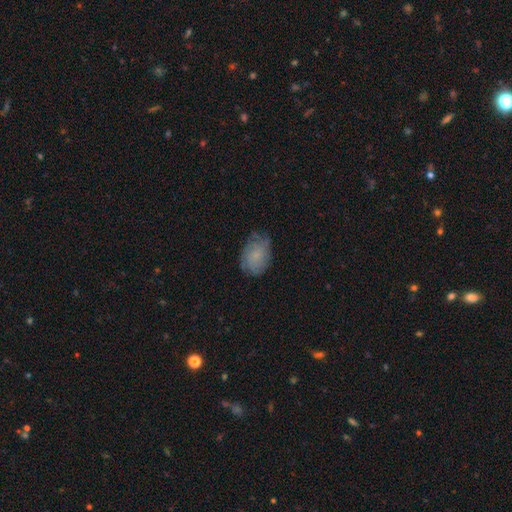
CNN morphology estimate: Smooth or featured? Predicted: smooth (p=0.58). How rounded? Predicted: in between (p=0.76). Merging? Predicted: none (p=0.65).